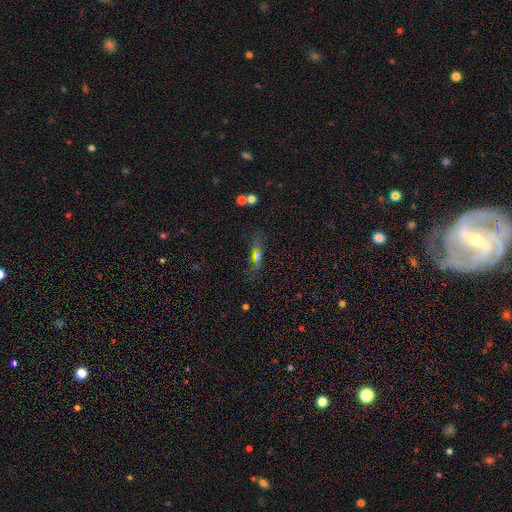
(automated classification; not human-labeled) Smooth or featured: smooth — 51% (featured or disk — 26%)
How rounded: cigar-shaped — 47% (in between — 46%)
Merging: none — 69% (minor disturbance — 16%)